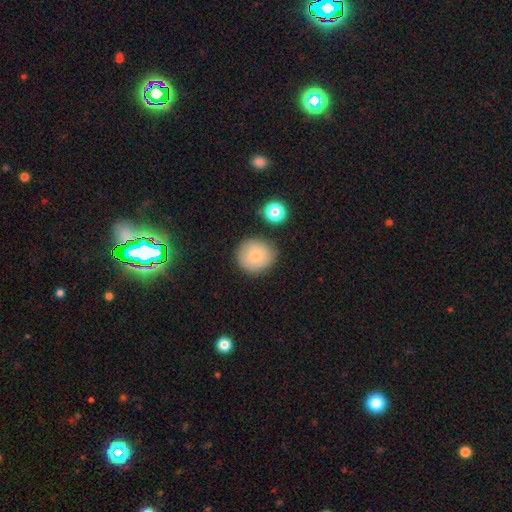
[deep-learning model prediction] Overall: smooth (79%). How rounded: round (90%). Merging: none (75%).